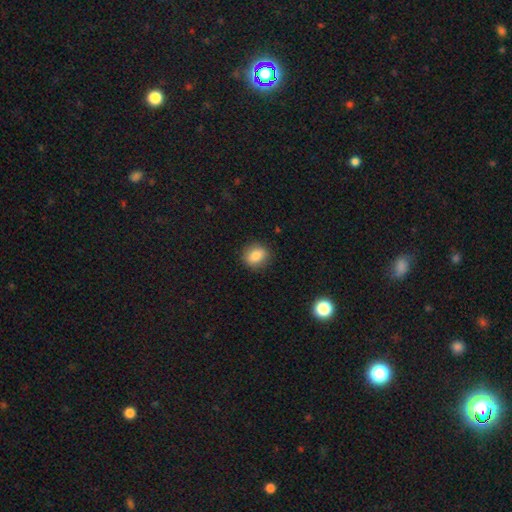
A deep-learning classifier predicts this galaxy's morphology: Smooth or featured? Predicted: smooth (p=0.84). How rounded? Predicted: round (p=0.57). Merging? Predicted: none (p=0.87).